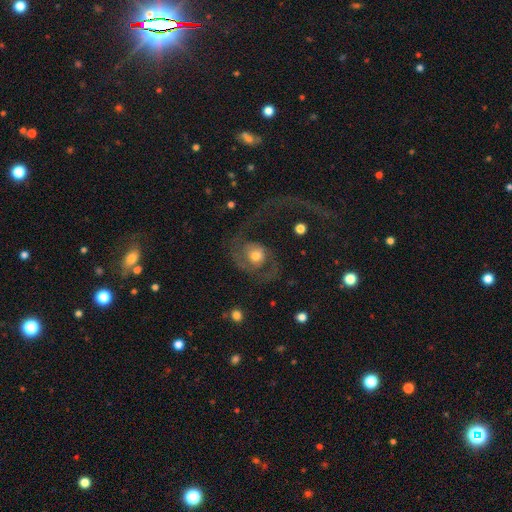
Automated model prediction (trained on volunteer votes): A featured or disk galaxy (64%) with no bar (76%), spiral arms (78%) and a moderate central bulge (64%).

Vote fractions:
- Smooth or featured? featured or disk: 64% / smooth: 29% / star or artifact: 8%
- Edge-on disk? no: 97% / yes: 3%
- Bar? no: 76% / weak: 20% / strong: 4%
- Spiral arms? yes: 78% / no: 22%
- Bulge size? moderate: 64% / small: 17% / large: 14% / dominant: 2% / none: 2%
- Merging? major disturbance: 49% / none: 34% / minor disturbance: 14% / merger: 4%